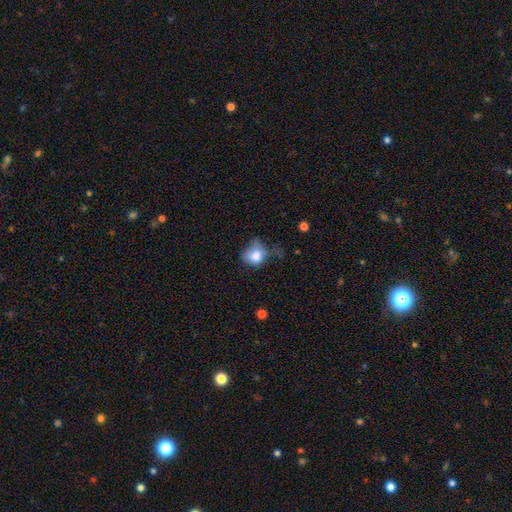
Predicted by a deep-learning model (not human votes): Overall: smooth (75%). How rounded: round (58%; in between 41%). Merging: minor disturbance (32%; major disturbance 31%).